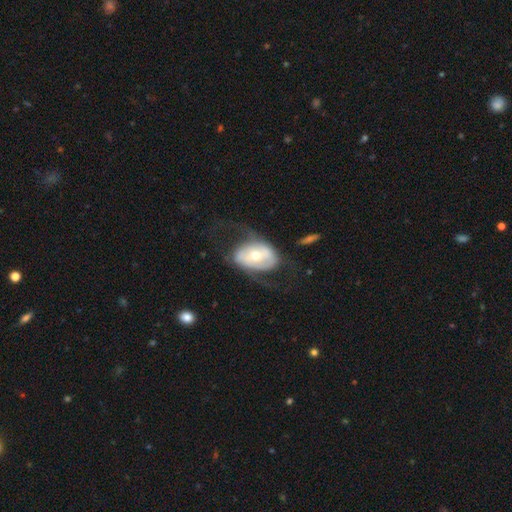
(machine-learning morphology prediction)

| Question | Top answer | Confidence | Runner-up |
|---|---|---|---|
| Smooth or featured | featured or disk | 65% | smooth (29%) |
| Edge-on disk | no | 93% | yes (7%) |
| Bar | no | 51% | weak (27%) |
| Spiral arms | yes | 62% | no (38%) |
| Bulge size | moderate | 59% | small (33%) |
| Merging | none | 45% | major disturbance (32%) |